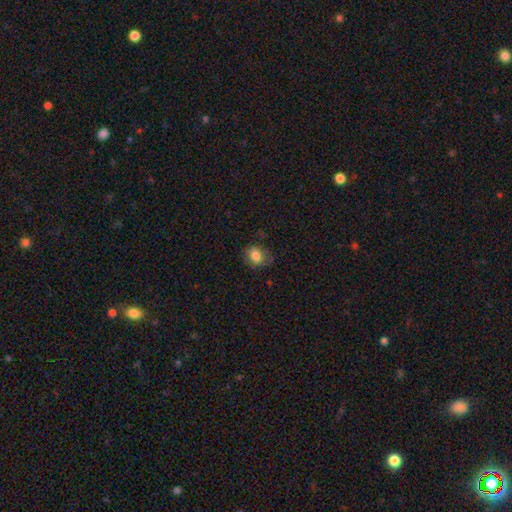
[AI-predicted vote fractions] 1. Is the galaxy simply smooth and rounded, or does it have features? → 80% smooth, 11% featured or disk, 9% star or artifact.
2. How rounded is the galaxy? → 58% in between, 41% round, 1% cigar-shaped.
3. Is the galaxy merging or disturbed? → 68% none, 22% minor disturbance, 9% major disturbance, 1% merger.